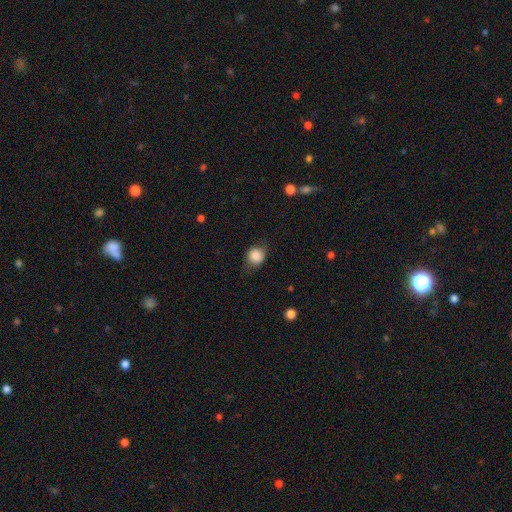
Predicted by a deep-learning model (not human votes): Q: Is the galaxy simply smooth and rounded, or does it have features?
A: smooth — 84%.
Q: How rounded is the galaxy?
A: round — 73%.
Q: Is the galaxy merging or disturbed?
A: none — 70%.